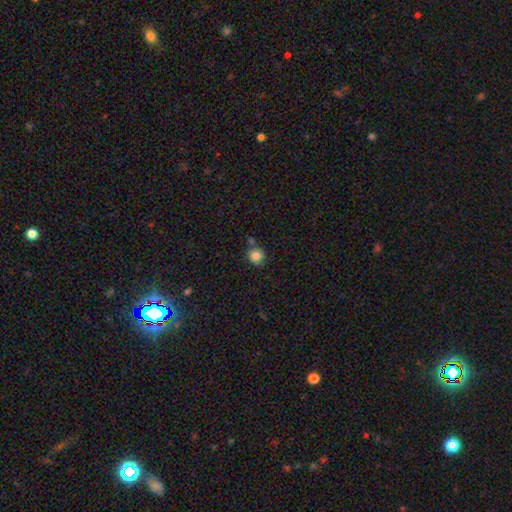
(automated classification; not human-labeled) smooth 84%, star or artifact 10%, featured or disk 6%. Down the decision tree: how rounded — round (89%); merging — none (69%).